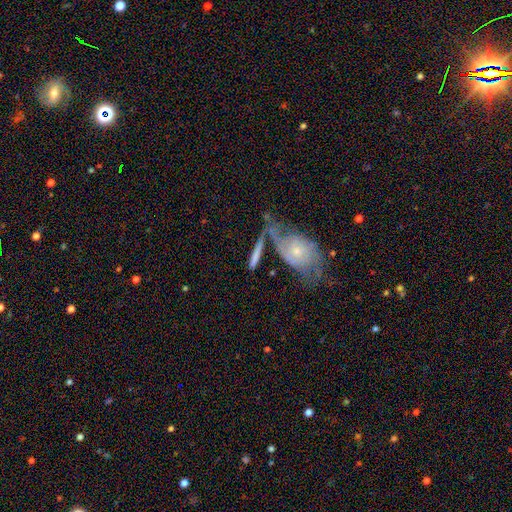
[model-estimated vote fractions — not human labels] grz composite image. It shows a smooth galaxy with no disk features (56%) that is cigar-shaped (72%). Merging: none (47%).